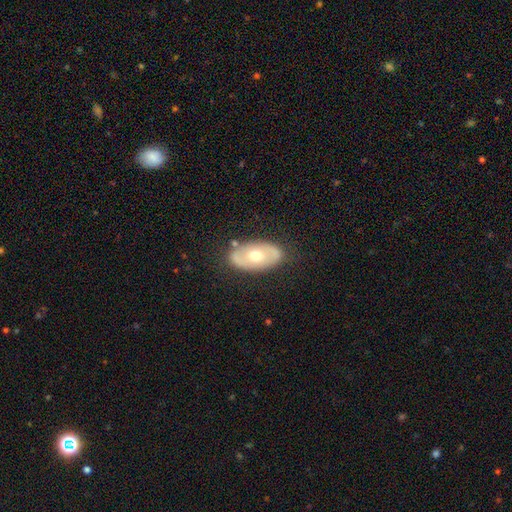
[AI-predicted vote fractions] featured or disk 51%, smooth 43%, star or artifact 6%. Down the decision tree: edge-on disk — no (87%); merging — none (80%).